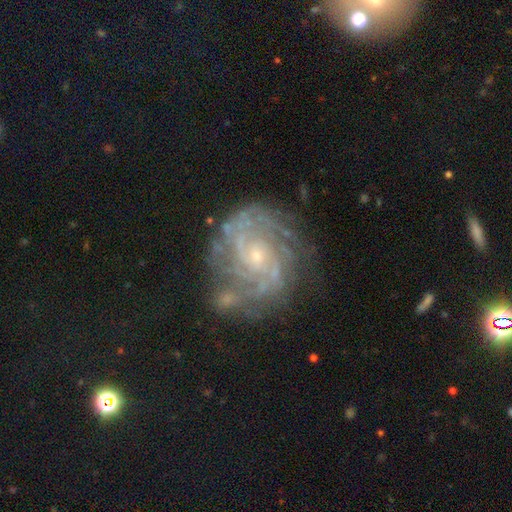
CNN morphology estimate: smooth-or-featured: featured or disk: 88% | star or artifact: 7% | smooth: 5%
  disk-edge-on: no: 98% | yes: 2%
    bar: no: 69% | weak: 25% | strong: 6%
    has-spiral-arms: yes: 97% | no: 3%
      spiral-winding: tight: 63% | medium: 31% | loose: 6%
      spiral-arm-count: 2: 31% | can't tell: 25% | 3: 18% | 4: 12% | more than 4: 7% | 1: 6%
    bulge-size: small: 76% | moderate: 19% | none: 3% | large: 1% | dominant: 1%
  merging: none: 69% | minor disturbance: 18% | major disturbance: 9% | merger: 4%